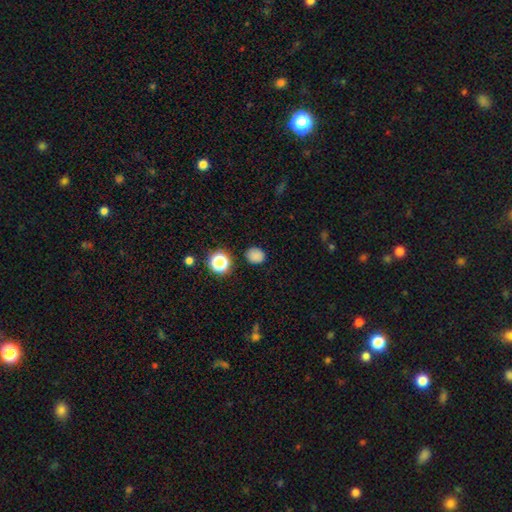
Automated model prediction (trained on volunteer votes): smooth_or_featured: smooth (p=0.80) [alt: star or artifact p=0.16]
how_rounded: round (p=0.72) [alt: in between p=0.27]
merging: none (p=0.85) [alt: minor disturbance p=0.10]